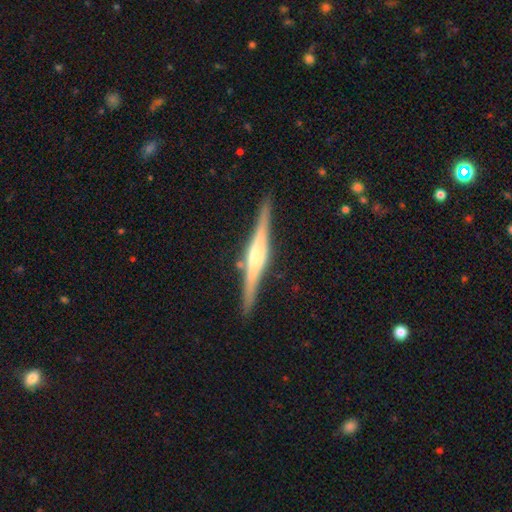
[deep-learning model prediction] A featured or disk galaxy (81%) viewed edge-on (98%) with a rounded central bulge (61%). Merging: none (89%).